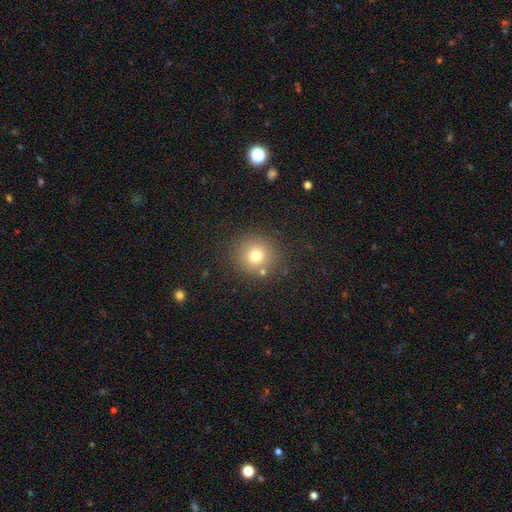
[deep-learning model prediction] Q: Smooth or featured?
A: smooth (75%); runner-up: star or artifact (15%)
Q: How rounded?
A: round (92%); runner-up: in between (7%)
Q: Merging?
A: none (83%); runner-up: minor disturbance (8%)